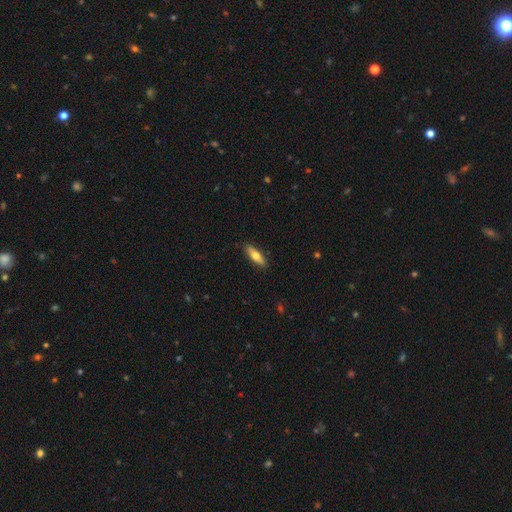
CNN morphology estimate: smooth_or_featured: smooth (p=0.63) [alt: featured or disk p=0.31]
how_rounded: cigar-shaped (p=0.54) [alt: in between p=0.44]
merging: none (p=0.89) [alt: minor disturbance p=0.08]